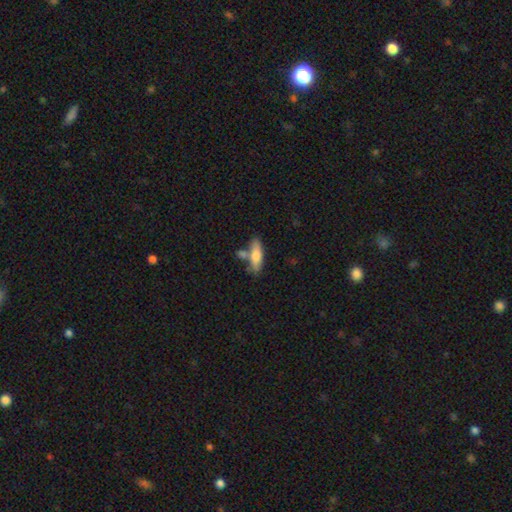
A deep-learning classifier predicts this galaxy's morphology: type=smooth (70%); roundness=in between (52%); merging=none (56%).